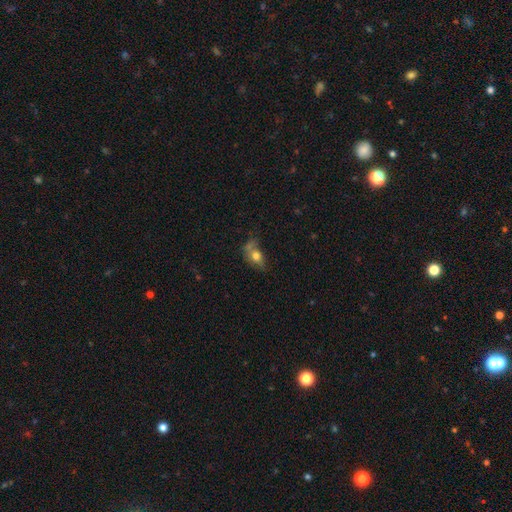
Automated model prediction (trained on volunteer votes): smooth 68%, featured or disk 21%, star or artifact 11%. Down the decision tree: how rounded — in between (76%); merging — none (36%).